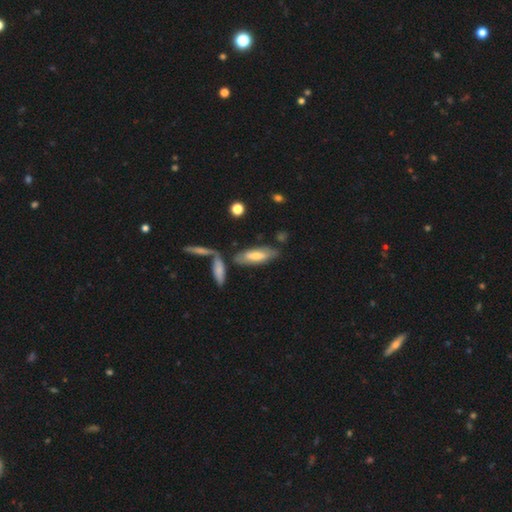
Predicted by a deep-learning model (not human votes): Smooth or featured? smooth (52%)
How rounded? in between (54%)
Merging? none (60%)